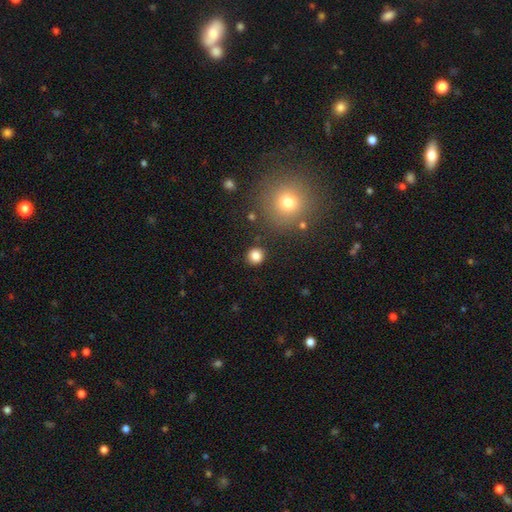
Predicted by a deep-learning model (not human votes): This is clearly a smooth galaxy (84%). How rounded: clearly round (91%). Merging: clearly none (89%).